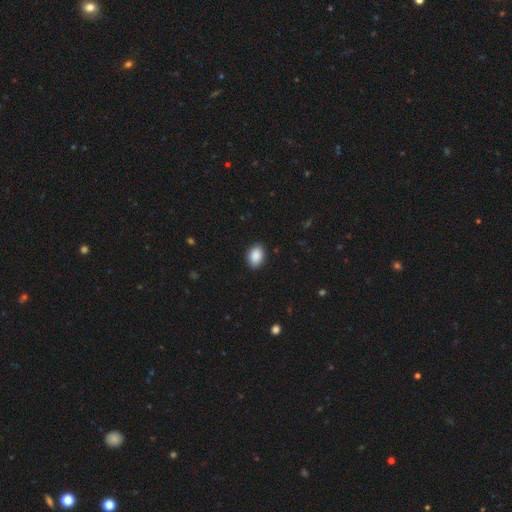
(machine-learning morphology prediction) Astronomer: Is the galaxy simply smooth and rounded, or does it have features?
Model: smooth — 90%.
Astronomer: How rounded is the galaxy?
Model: in between — 86%.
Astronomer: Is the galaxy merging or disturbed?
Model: none — 89%.